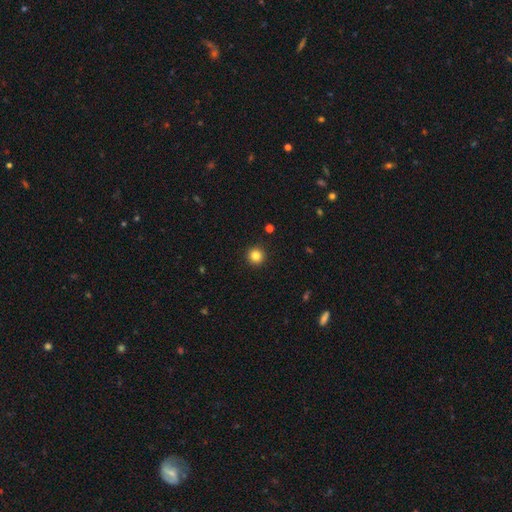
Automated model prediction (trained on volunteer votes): Overall: smooth (84%). How rounded: round (96%). Merging: none (93%).